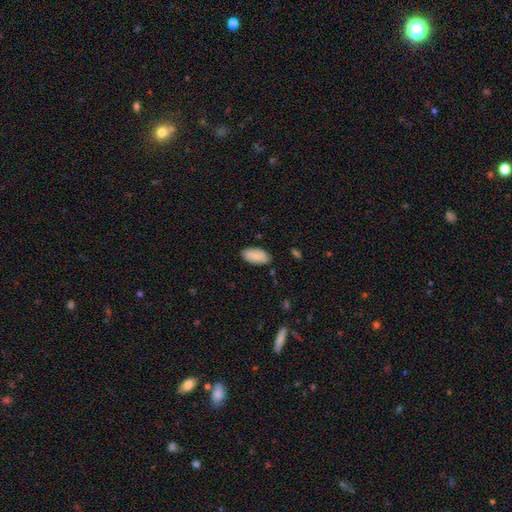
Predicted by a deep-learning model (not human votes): Smooth or featured?
  - smooth: 88% *
  - featured or disk: 6%
  - star or artifact: 6%
How rounded?
  - in between: 94% *
  - cigar-shaped: 3%
  - round: 2%
Merging?
  - none: 84% *
  - minor disturbance: 12%
  - major disturbance: 2%
  - merger: 2%